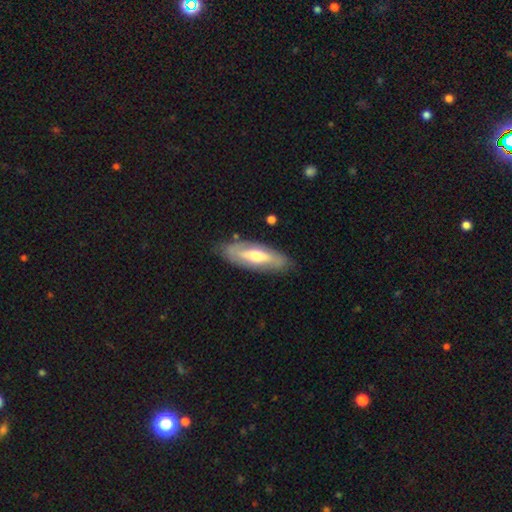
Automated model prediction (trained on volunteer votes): smooth-or-featured: featured or disk: 54% | smooth: 41% | star or artifact: 5%
  disk-edge-on: no: 67% | yes: 33%
  merging: none: 80% | minor disturbance: 14% | major disturbance: 4% | merger: 2%